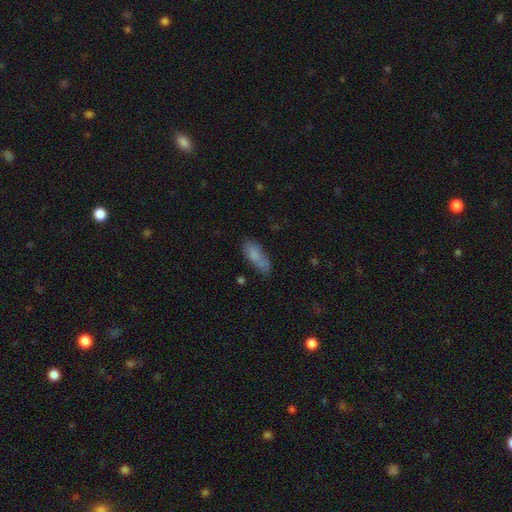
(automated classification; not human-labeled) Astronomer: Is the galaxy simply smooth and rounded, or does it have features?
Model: smooth — 80%.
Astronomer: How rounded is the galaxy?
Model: in between — 68%.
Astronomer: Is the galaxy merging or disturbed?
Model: none — 69%.